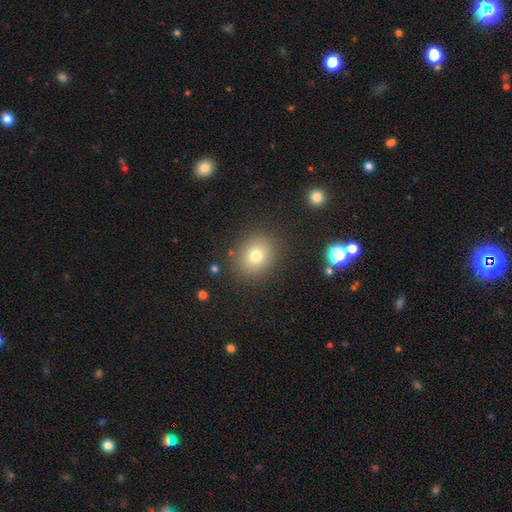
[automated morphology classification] smooth_or_featured: smooth (p=0.77) [alt: star or artifact p=0.13]
how_rounded: round (p=0.65) [alt: in between p=0.34]
merging: none (p=0.86) [alt: minor disturbance p=0.09]